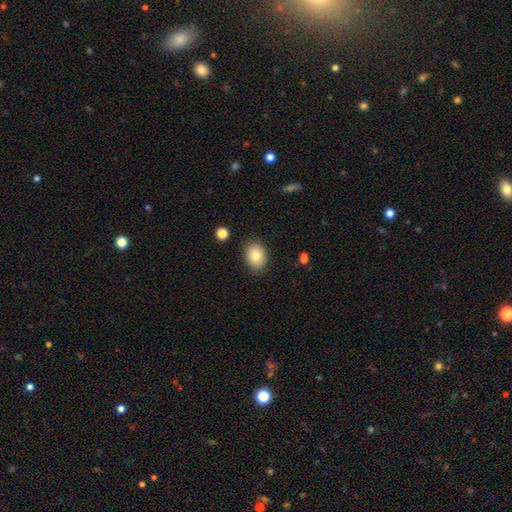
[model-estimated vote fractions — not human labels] This appears to be a smooth galaxy with no disk features (83%) that is in between round and cigar-shaped (63%). Merging: none (87%).